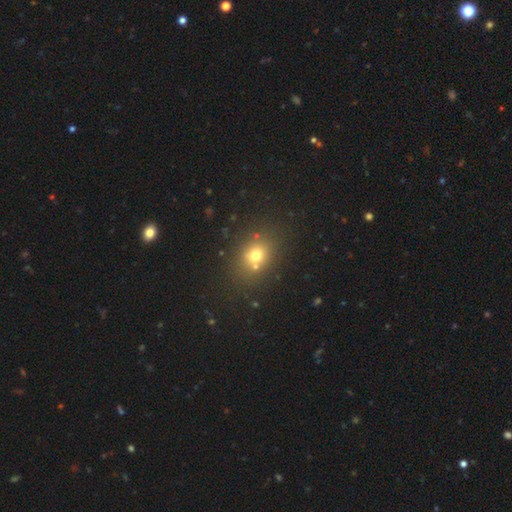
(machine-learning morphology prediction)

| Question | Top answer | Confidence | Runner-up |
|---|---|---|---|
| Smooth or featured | smooth | 69% | star or artifact (18%) |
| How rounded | round | 60% | in between (39%) |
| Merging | none | 71% | merger (13%) |